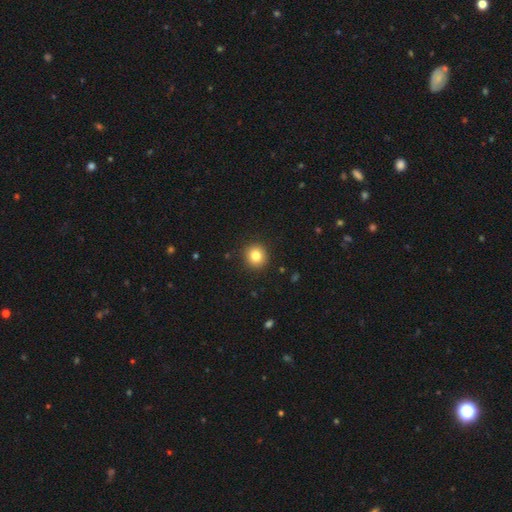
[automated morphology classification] smooth-or-featured: smooth: 83% | star or artifact: 10% | featured or disk: 7%
  how-rounded: round: 91% | in between: 8% | cigar-shaped: 1%
  merging: none: 92% | minor disturbance: 5% | major disturbance: 2% | merger: 1%